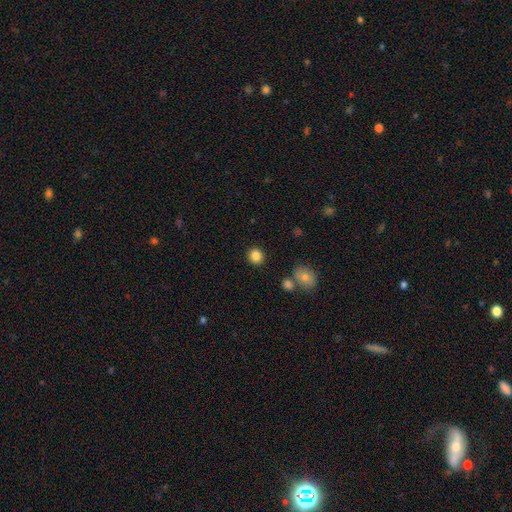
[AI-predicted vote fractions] smooth 85%, star or artifact 10%, featured or disk 5%. Down the decision tree: how rounded — round (85%); merging — none (88%).